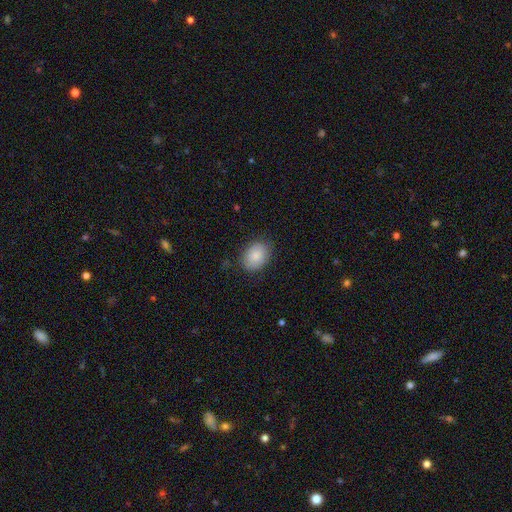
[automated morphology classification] Q: Smooth or featured?
A: smooth (85%); runner-up: featured or disk (8%)
Q: How rounded?
A: in between (70%); runner-up: round (29%)
Q: Merging?
A: none (83%); runner-up: minor disturbance (13%)